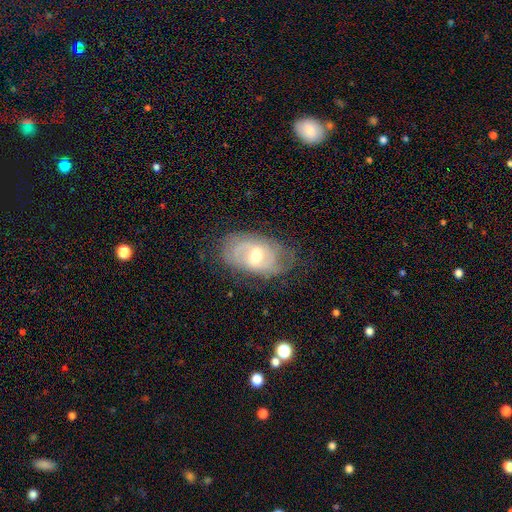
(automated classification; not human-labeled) Smooth or featured? featured or disk (71%)
Edge-on disk? no (94%)
Bar? weak (47%)
Spiral arms? yes (78%)
Spiral winding? tight (52%)
Spiral arm count? can't tell (42%)
Bulge size? moderate (68%)
Merging? none (66%)